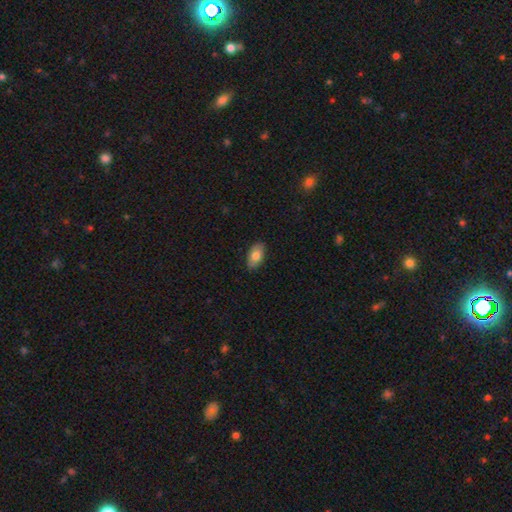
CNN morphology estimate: This is clearly a smooth galaxy (80%). How rounded: clearly in between (93%). Merging: clearly none (87%).